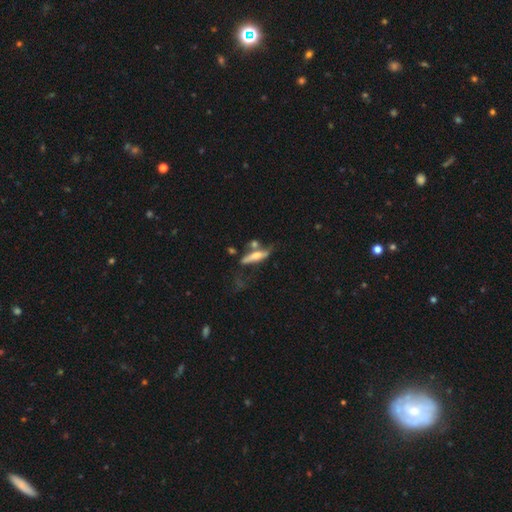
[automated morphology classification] The model was most divided on "smooth or featured": featured or disk: 48%, smooth: 44%, star or artifact: 7%. Remaining: merging — none (43%).